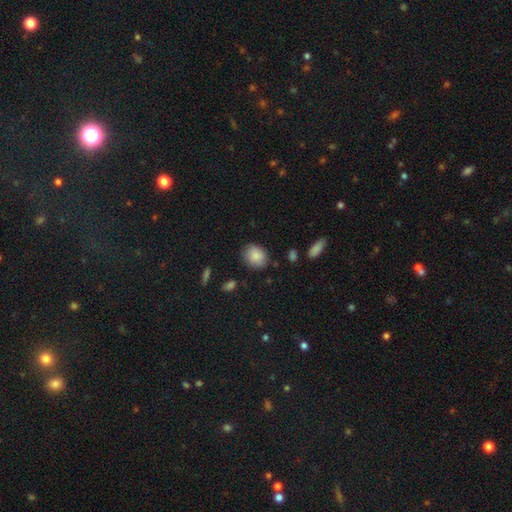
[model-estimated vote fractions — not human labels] A smooth galaxy with no disk features (85%) that is in between round and cigar-shaped (50%).

Vote fractions:
- Smooth or featured? smooth: 85% / featured or disk: 8% / star or artifact: 7%
- How rounded? in between: 50% / round: 49% / cigar-shaped: 1%
- Merging? none: 81% / minor disturbance: 15% / major disturbance: 3% / merger: 2%